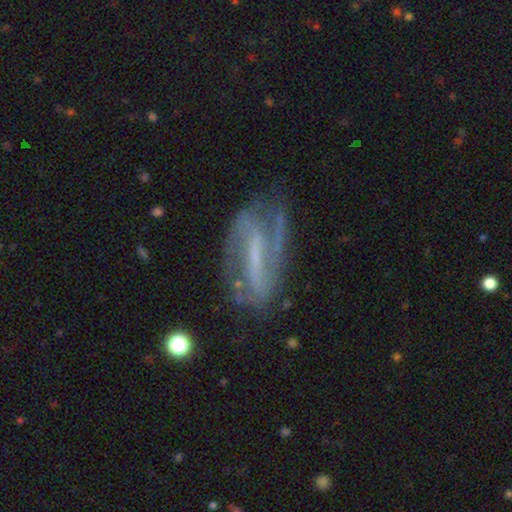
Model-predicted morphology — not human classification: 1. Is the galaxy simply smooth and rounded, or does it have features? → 81% featured or disk, 11% smooth, 7% star or artifact.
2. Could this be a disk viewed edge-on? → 90% no, 10% yes.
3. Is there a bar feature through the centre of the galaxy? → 62% strong, 26% weak, 12% no.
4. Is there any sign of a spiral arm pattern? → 87% yes, 13% no.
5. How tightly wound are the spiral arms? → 42% medium, 32% tight, 26% loose.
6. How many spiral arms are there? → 70% 2, 15% can't tell, 7% 1, 4% 3, 2% 4, 2% more than 4.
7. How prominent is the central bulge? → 42% none, 39% small, 15% moderate, 3% large, 1% dominant.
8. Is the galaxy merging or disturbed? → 62% none, 21% minor disturbance, 14% major disturbance, 3% merger.